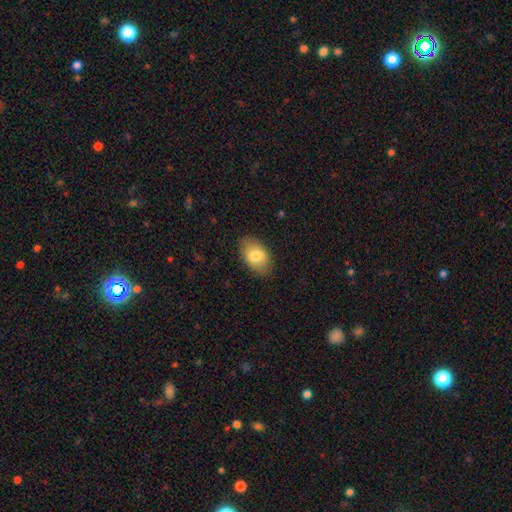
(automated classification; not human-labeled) This is likely a smooth galaxy (78%). How rounded: clearly in between (90%). Merging: clearly none (84%).